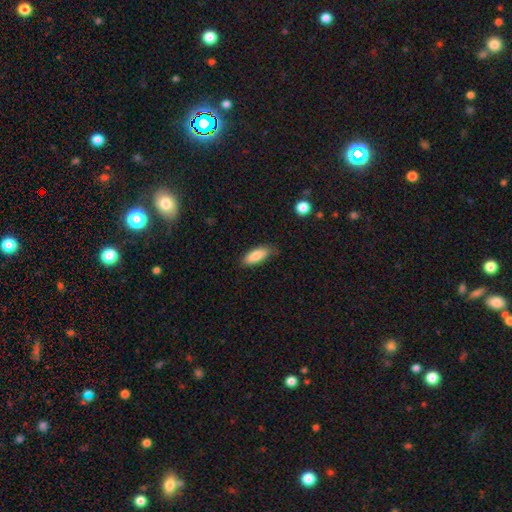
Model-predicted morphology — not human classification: The model was most divided on "how rounded": in between: 72%, cigar-shaped: 26%, round: 2%. More confident: smooth or featured — smooth (85%); merging — none (79%).